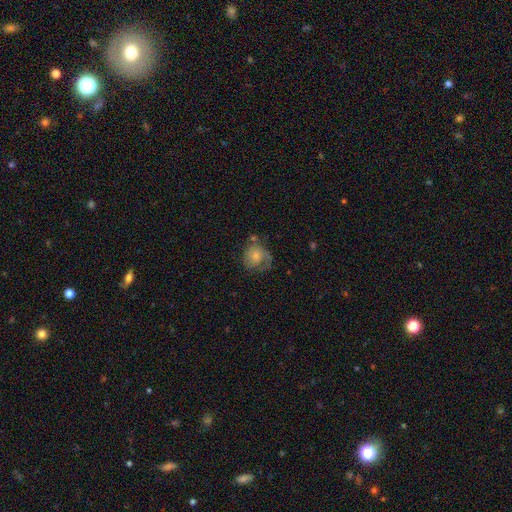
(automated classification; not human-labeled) featured or disk 49%, smooth 42%, star or artifact 8%. Down the decision tree: merging — none (44%).